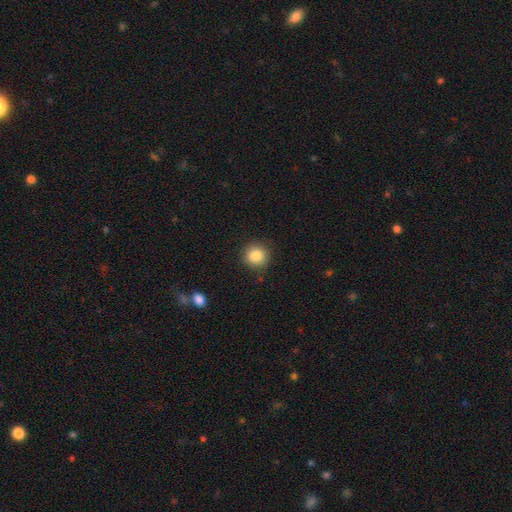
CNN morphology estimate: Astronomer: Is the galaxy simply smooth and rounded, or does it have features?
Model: smooth — 86%.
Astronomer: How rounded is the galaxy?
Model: round — 91%.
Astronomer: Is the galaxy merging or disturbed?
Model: none — 88%.